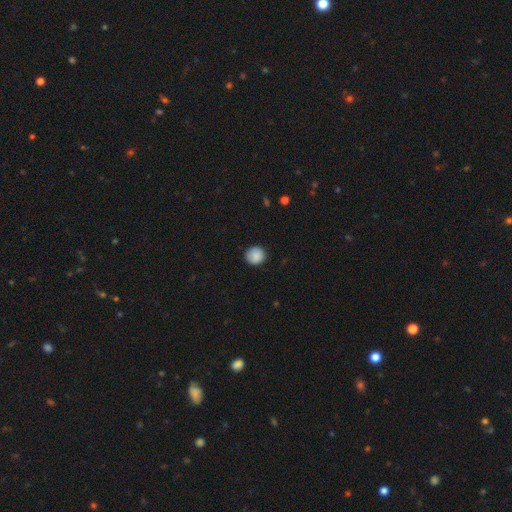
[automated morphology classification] The model was most divided on "smooth or featured": smooth: 88%, star or artifact: 8%, featured or disk: 4%. More confident: how rounded — round (91%); merging — none (88%).